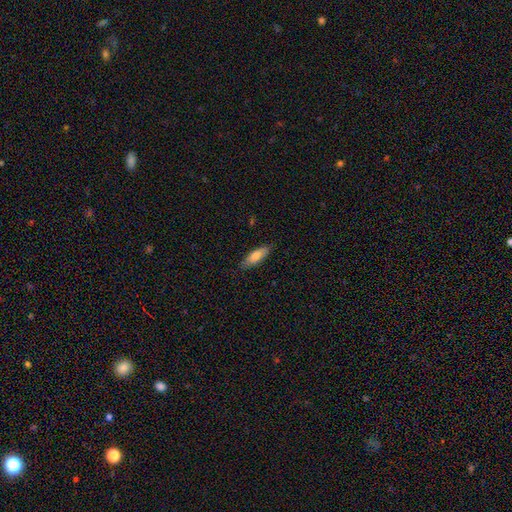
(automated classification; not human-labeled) Morphology: type=smooth (78%); roundness=in between (57%); merging=none (84%).